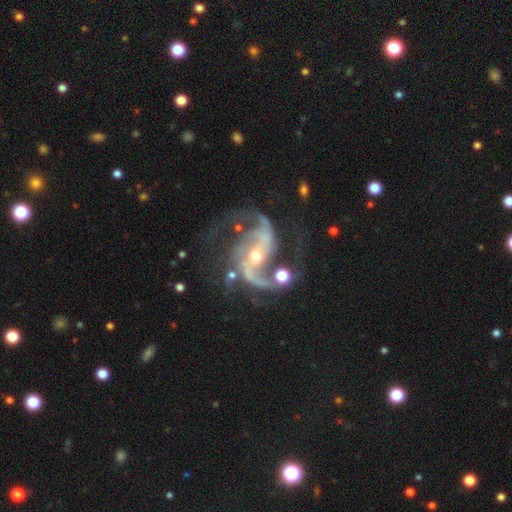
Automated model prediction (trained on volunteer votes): Smooth or featured?
  - featured or disk: 92% *
  - star or artifact: 6%
  - smooth: 2%
Edge-on disk?
  - no: 98% *
  - yes: 2%
Bar?
  - strong: 36% *
  - weak: 33%
  - no: 31%
Spiral arms?
  - yes: 98% *
  - no: 2%
Spiral winding?
  - medium: 52% *
  - loose: 37%
  - tight: 11%
Spiral arm count?
  - 2: 86% *
  - 3: 6%
  - can't tell: 3%
  - 1: 2%
  - 4: 2%
  - more than 4: 2%
Bulge size?
  - small: 57% *
  - moderate: 39%
  - large: 2%
  - none: 1%
  - dominant: 1%
Merging?
  - none: 59% *
  - minor disturbance: 17%
  - major disturbance: 16%
  - merger: 8%